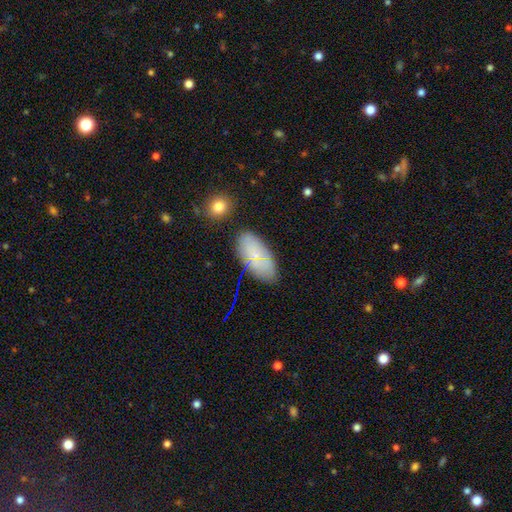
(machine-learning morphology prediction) Smooth or featured? Predicted: smooth (p=0.63). How rounded? Predicted: in between (p=0.92). Merging? Predicted: none (p=0.74).